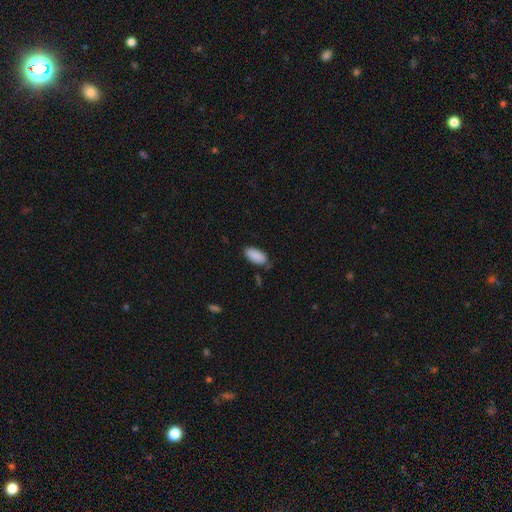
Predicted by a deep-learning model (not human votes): smooth_or_featured: smooth (p=0.89) [alt: star or artifact p=0.07]
how_rounded: in between (p=0.93) [alt: cigar-shaped p=0.05]
merging: none (p=0.74) [alt: minor disturbance p=0.20]